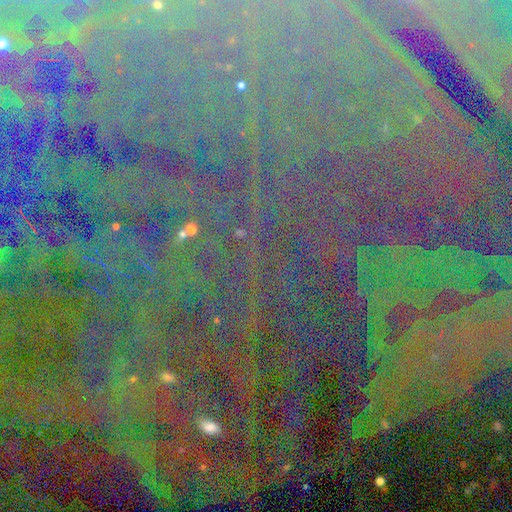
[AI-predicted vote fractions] The model was most divided on "smooth or featured": star or artifact: 86%, featured or disk: 7%, smooth: 7%.